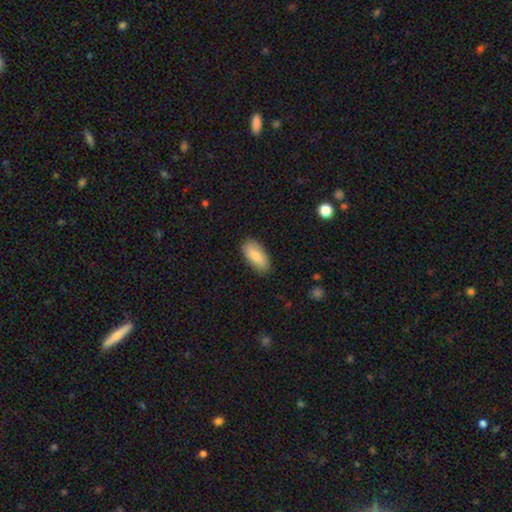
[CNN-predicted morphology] A smooth galaxy with no disk features (83%) that is in between round and cigar-shaped (88%). Merging: none (86%).